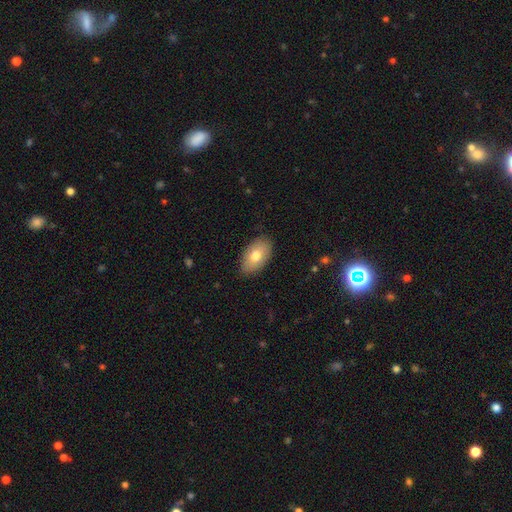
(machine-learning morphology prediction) Overall: smooth (75%). How rounded: in between (93%). Merging: none (85%).